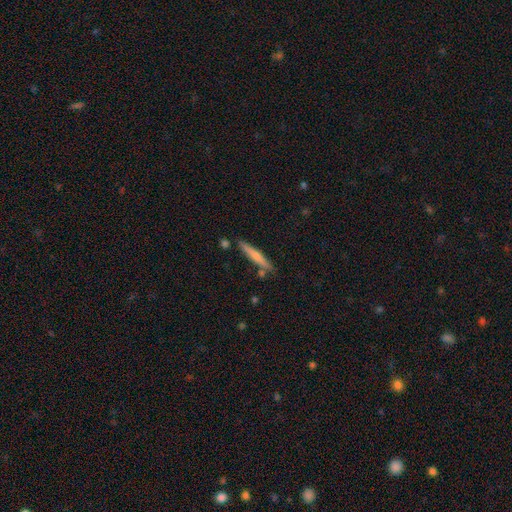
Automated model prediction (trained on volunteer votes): A smooth galaxy with no disk features (58%) that is cigar-shaped (94%).

Vote fractions:
- Smooth or featured? smooth: 58% / featured or disk: 37% / star or artifact: 6%
- How rounded? cigar-shaped: 94% / in between: 5% / round: 1%
- Merging? none: 81% / minor disturbance: 12% / merger: 5% / major disturbance: 2%